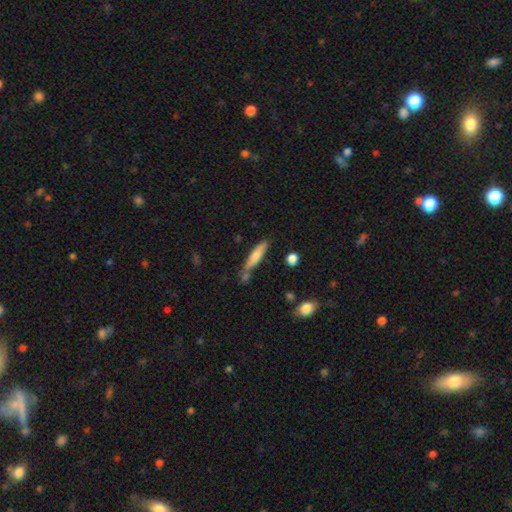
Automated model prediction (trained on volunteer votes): Smooth or featured? smooth (68%)
How rounded? cigar-shaped (79%)
Merging? none (63%)